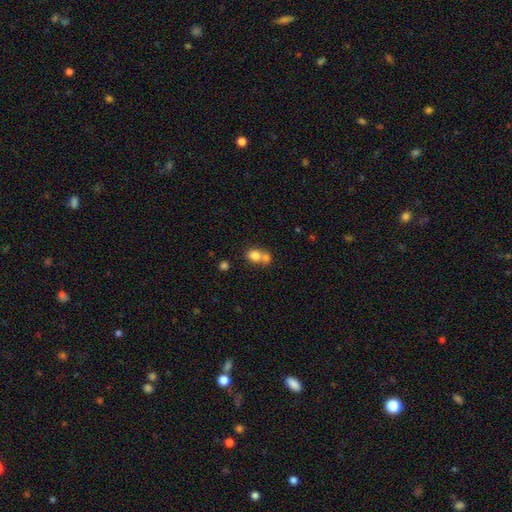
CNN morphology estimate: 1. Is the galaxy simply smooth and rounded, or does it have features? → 79% smooth, 11% featured or disk, 10% star or artifact.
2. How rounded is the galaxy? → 55% round, 44% in between, 1% cigar-shaped.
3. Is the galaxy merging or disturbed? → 58% merger, 32% none, 7% minor disturbance, 3% major disturbance.